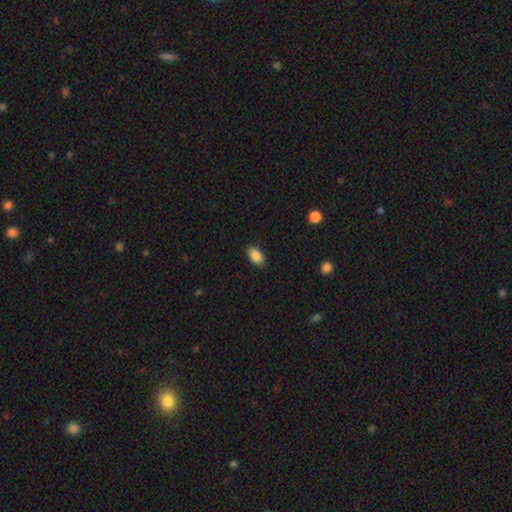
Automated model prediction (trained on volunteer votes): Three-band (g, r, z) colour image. It shows a smooth galaxy with no disk features (88%) that is in between round and cigar-shaped (92%). Merging: none (87%).